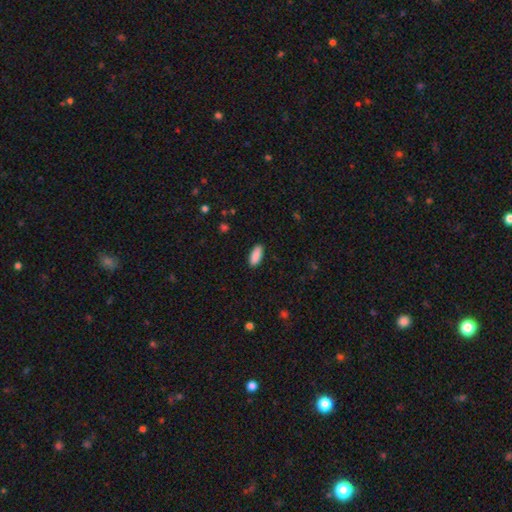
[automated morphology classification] type=smooth (90%); roundness=in between (82%); merging=none (89%).